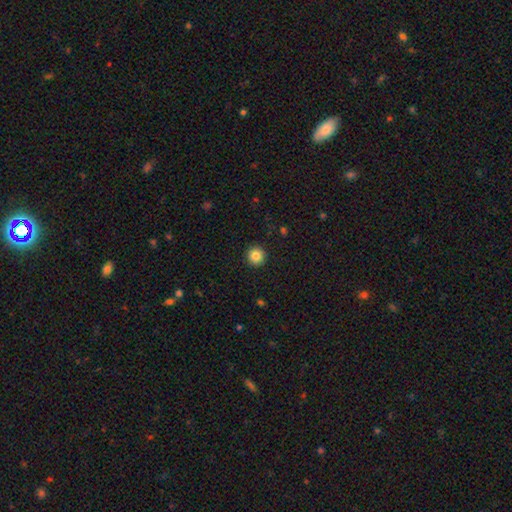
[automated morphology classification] This appears to be a smooth galaxy with no disk features (85%) that is round (95%). Merging: none (93%).